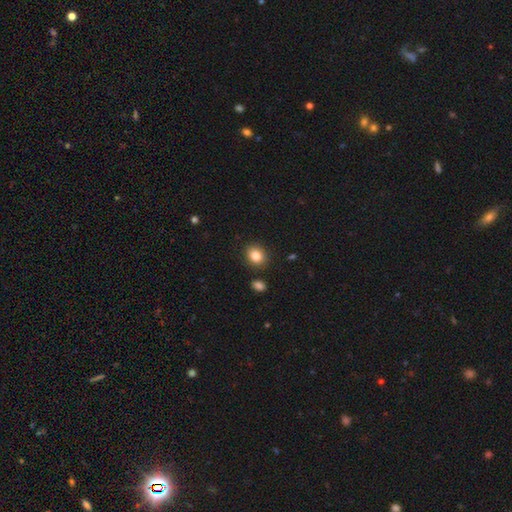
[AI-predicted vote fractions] Smooth or featured?
  - smooth: 84% *
  - star or artifact: 10%
  - featured or disk: 6%
How rounded?
  - round: 58% *
  - in between: 41%
  - cigar-shaped: 1%
Merging?
  - none: 87% *
  - minor disturbance: 8%
  - merger: 3%
  - major disturbance: 2%